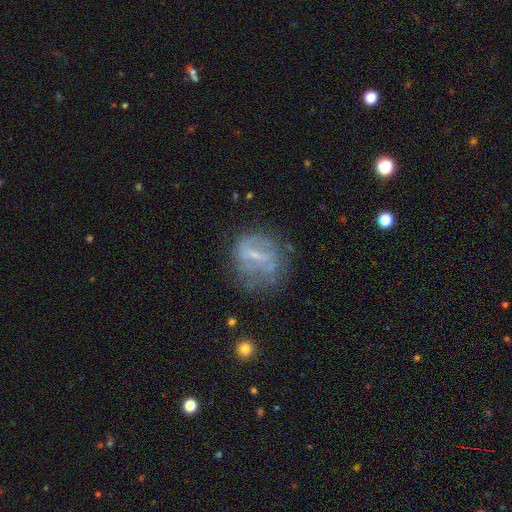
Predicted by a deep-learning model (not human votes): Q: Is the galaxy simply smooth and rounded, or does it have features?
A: featured or disk — 62%.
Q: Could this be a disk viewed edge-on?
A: no — 94%.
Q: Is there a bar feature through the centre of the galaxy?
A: weak — 41%.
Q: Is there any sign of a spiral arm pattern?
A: no — 63%.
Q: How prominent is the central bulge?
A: small — 52%.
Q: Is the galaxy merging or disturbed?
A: none — 53%.